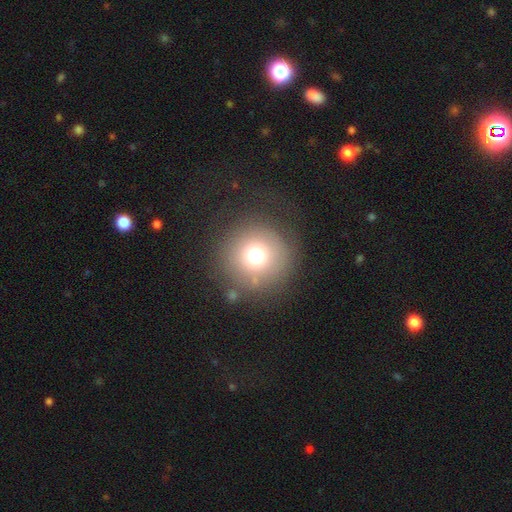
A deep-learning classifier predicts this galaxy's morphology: Smooth or featured?
  - smooth: 70% *
  - star or artifact: 17%
  - featured or disk: 12%
How rounded?
  - round: 96% *
  - in between: 3%
  - cigar-shaped: 1%
Merging?
  - none: 80% *
  - minor disturbance: 10%
  - major disturbance: 7%
  - merger: 3%